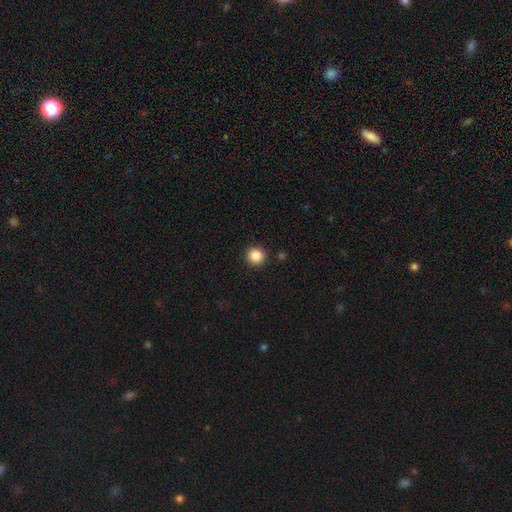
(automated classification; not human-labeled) Smooth or featured?
  - smooth: 86% *
  - star or artifact: 10%
  - featured or disk: 3%
How rounded?
  - round: 94% *
  - in between: 5%
  - cigar-shaped: 1%
Merging?
  - none: 91% *
  - minor disturbance: 6%
  - major disturbance: 2%
  - merger: 2%